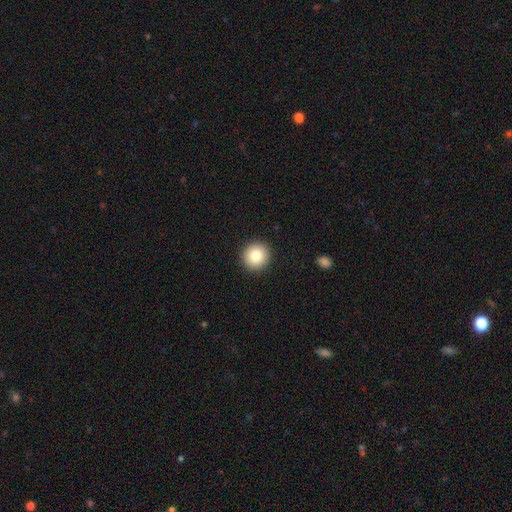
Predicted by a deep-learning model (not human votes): Smooth or featured? smooth (82%)
How rounded? round (93%)
Merging? none (93%)